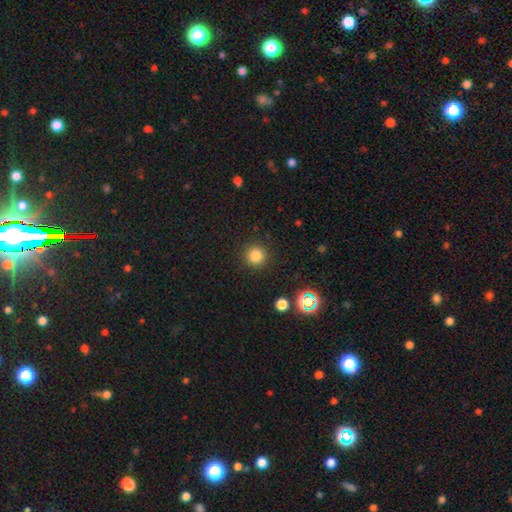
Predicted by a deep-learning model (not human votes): A smooth galaxy with no disk features (82%) that is round (95%). Merging: none (91%).